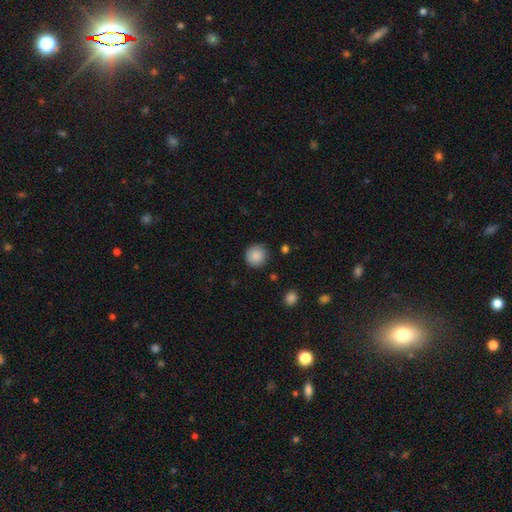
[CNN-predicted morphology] A smooth galaxy with no disk features (88%) that is round (94%). Merging: none (89%).